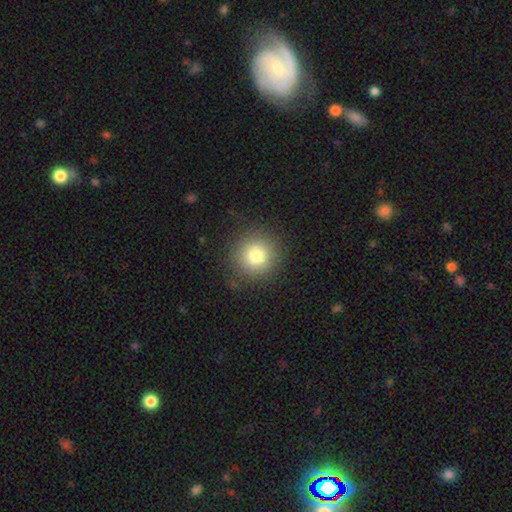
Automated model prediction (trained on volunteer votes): Smooth or featured? Predicted: smooth (p=0.80). How rounded? Predicted: round (p=0.95). Merging? Predicted: none (p=0.88).